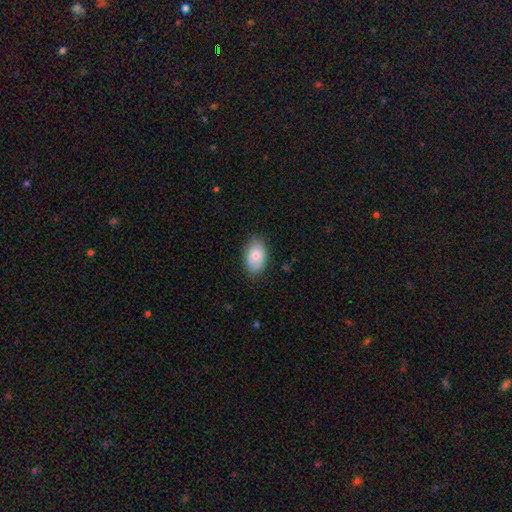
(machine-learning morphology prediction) This is clearly a smooth galaxy (81%). How rounded: clearly in between (90%). Merging: clearly none (80%).